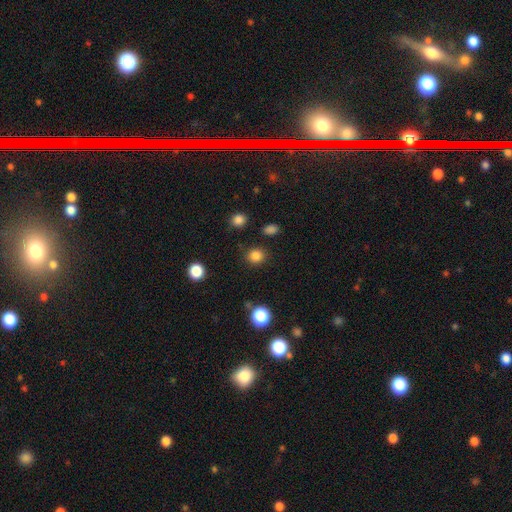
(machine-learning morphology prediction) The model was most divided on "how rounded": round: 85%, in between: 14%, cigar-shaped: 1%. More confident: merging — none (87%); smooth or featured — smooth (84%).